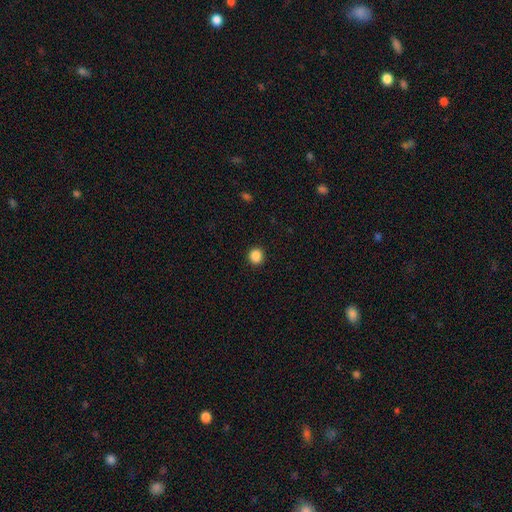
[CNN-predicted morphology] The model was most divided on "how rounded": round: 83%, in between: 17%, cigar-shaped: 1%. More confident: merging — none (89%); smooth or featured — smooth (87%).